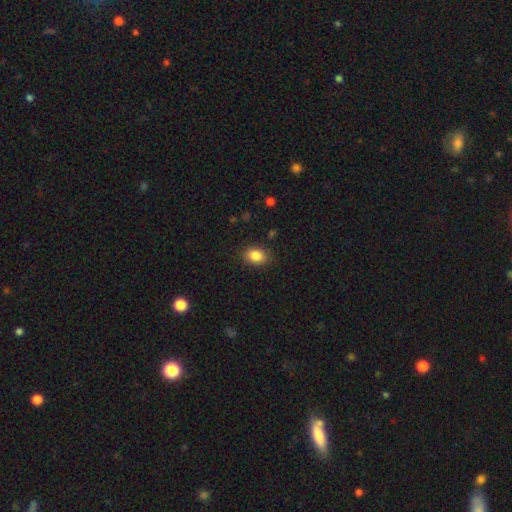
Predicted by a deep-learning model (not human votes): Smooth or featured? smooth (86%)
How rounded? in between (75%)
Merging? none (87%)